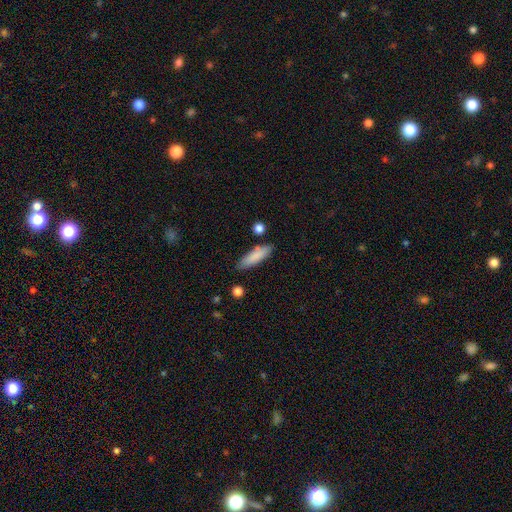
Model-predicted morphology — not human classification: This is clearly a smooth galaxy (84%). How rounded: possibly cigar-shaped (57%). Merging: clearly none (80%).